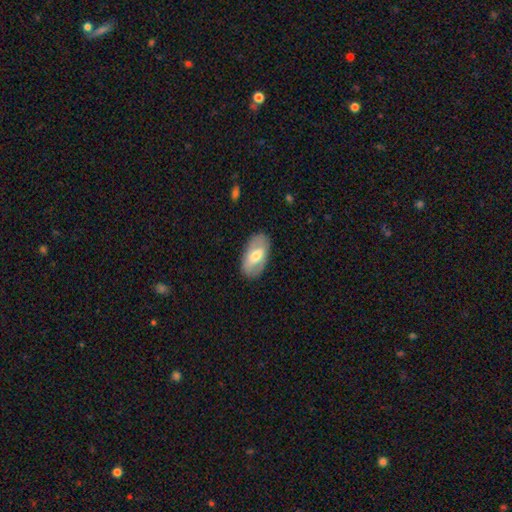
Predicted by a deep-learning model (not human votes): This appears to be a smooth galaxy with no disk features (52%) that is in between round and cigar-shaped (93%). Merging: none (83%).